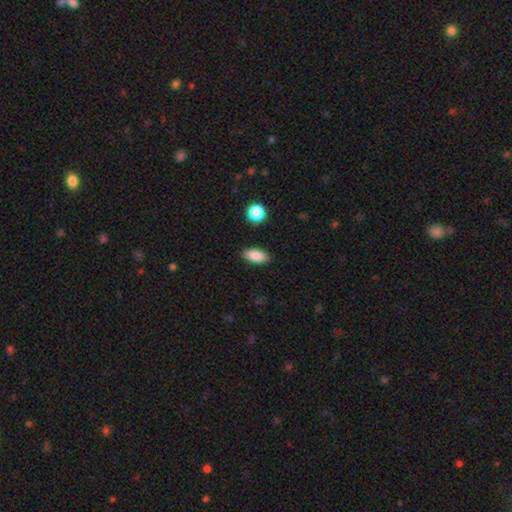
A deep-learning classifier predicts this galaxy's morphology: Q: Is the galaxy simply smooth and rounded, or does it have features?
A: smooth — 86%.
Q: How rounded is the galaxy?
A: in between — 88%.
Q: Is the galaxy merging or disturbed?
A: none — 87%.